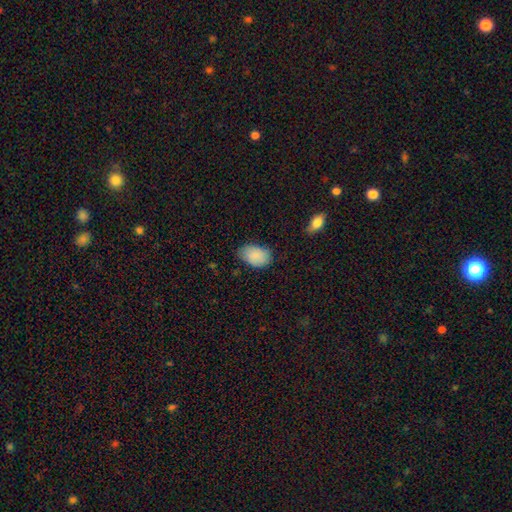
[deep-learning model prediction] A smooth galaxy with no disk features (85%) that is in between round and cigar-shaped (89%). Merging: none (65%).